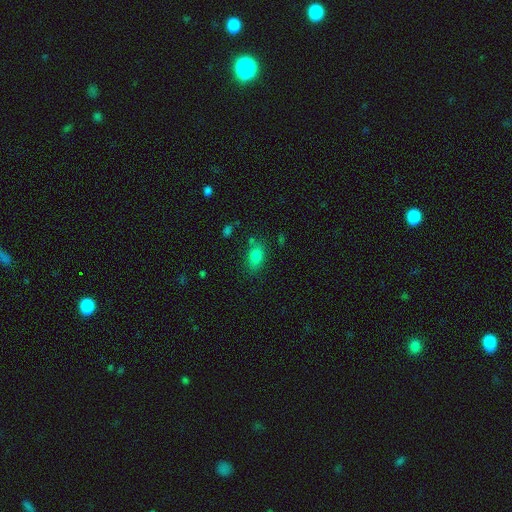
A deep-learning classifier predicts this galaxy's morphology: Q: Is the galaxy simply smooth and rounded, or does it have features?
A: smooth — 81%.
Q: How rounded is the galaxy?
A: in between — 83%.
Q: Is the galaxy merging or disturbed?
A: none — 72%.